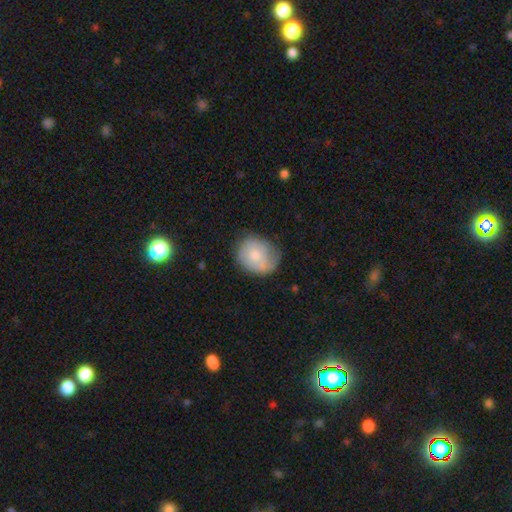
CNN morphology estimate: A smooth galaxy with no disk features (63%) that is round (65%).

Vote fractions:
- Smooth or featured? smooth: 63% / featured or disk: 30% / star or artifact: 7%
- How rounded? round: 65% / in between: 34% / cigar-shaped: 1%
- Merging? none: 55% / minor disturbance: 32% / major disturbance: 10% / merger: 2%